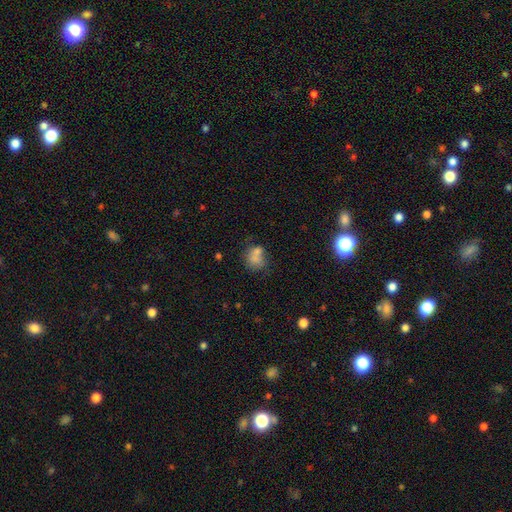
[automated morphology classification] A smooth galaxy with no disk features (74%) that is round (58%). Merging: merger (38%).